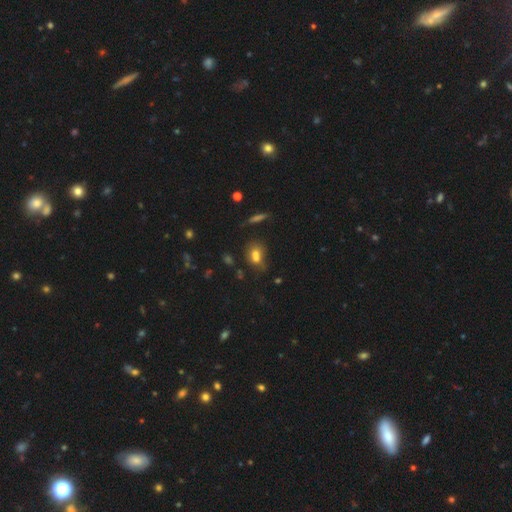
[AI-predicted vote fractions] smooth-or-featured: smooth: 67% | featured or disk: 16% | star or artifact: 16%
  how-rounded: in between: 57% | round: 39% | cigar-shaped: 4%
  merging: merger: 44% | none: 36% | minor disturbance: 13% | major disturbance: 7%